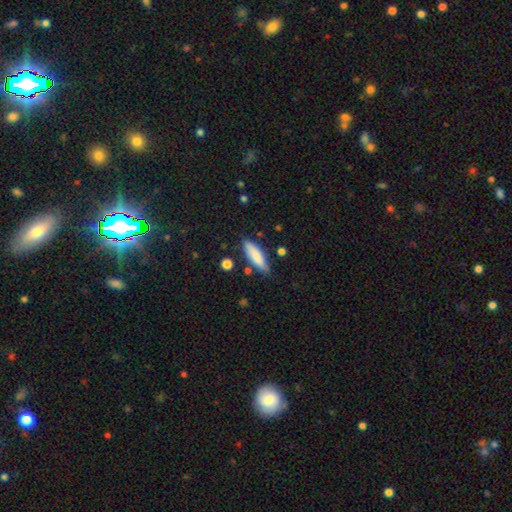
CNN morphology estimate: smooth_or_featured: smooth (p=0.80) [alt: featured or disk p=0.14]
how_rounded: cigar-shaped (p=0.55) [alt: in between p=0.44]
merging: none (p=0.79) [alt: minor disturbance p=0.15]